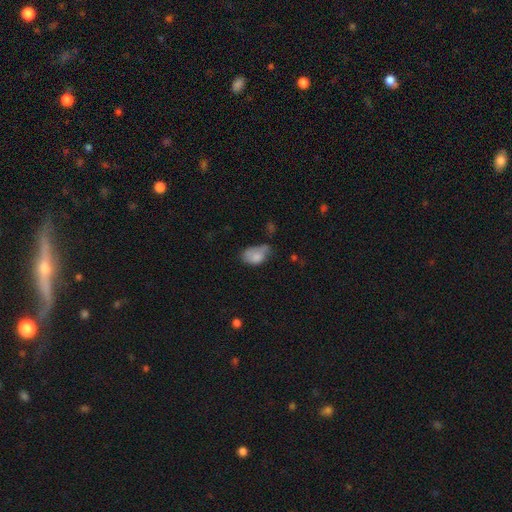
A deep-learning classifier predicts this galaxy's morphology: Smooth or featured? Predicted: smooth (p=0.76). How rounded? Predicted: in between (p=0.86). Merging? Predicted: minor disturbance (p=0.39).